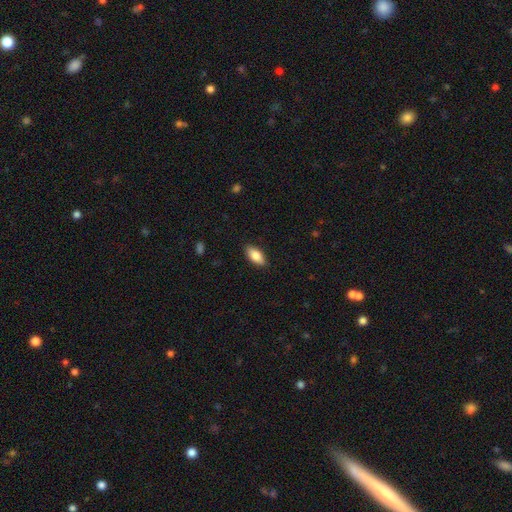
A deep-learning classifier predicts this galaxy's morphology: Smooth or featured?
  - smooth: 83% *
  - featured or disk: 10%
  - star or artifact: 6%
How rounded?
  - in between: 89% *
  - cigar-shaped: 8%
  - round: 2%
Merging?
  - none: 88% *
  - minor disturbance: 9%
  - major disturbance: 2%
  - merger: 1%